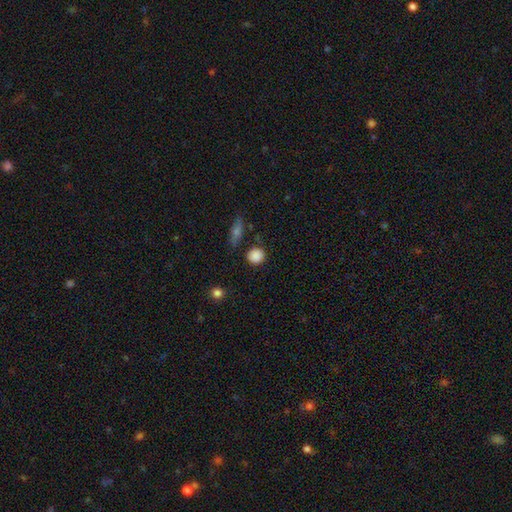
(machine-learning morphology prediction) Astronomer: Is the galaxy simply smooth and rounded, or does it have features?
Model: smooth — 87%.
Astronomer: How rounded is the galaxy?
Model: round — 87%.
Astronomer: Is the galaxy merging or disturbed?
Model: none — 84%.